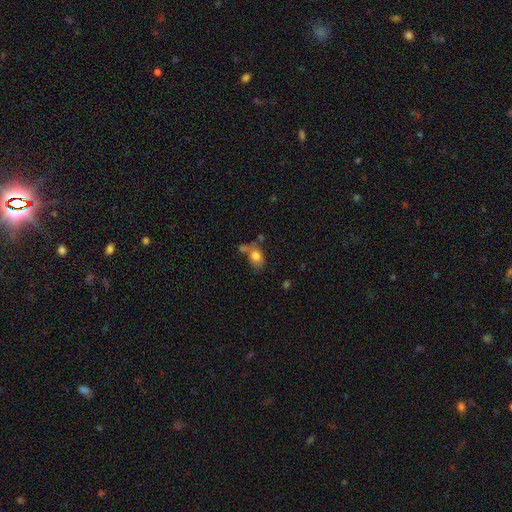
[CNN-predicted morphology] This is likely a smooth galaxy (78%). How rounded: likely in between (72%). Merging: marginally none (42%).